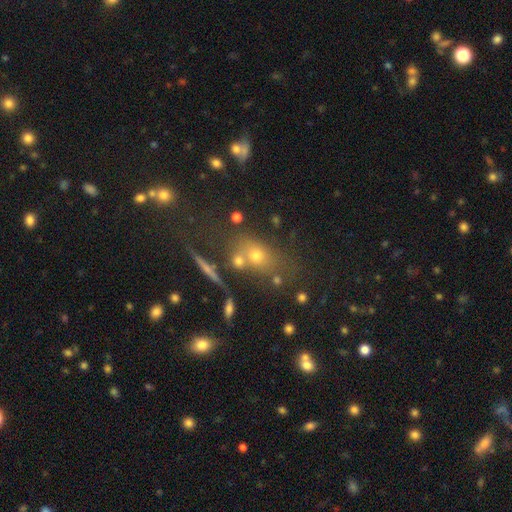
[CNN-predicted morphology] This is possibly a smooth galaxy (59%). How rounded: possibly in between (51%). Merging: possibly none (56%).